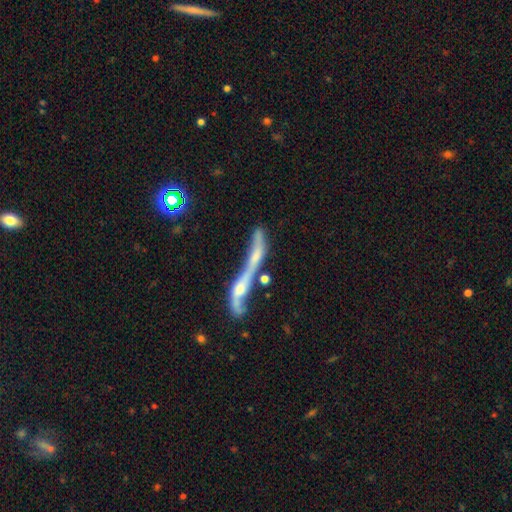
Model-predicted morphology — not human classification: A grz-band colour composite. It shows a featured or disk galaxy (48%). Merging: merger (59%).